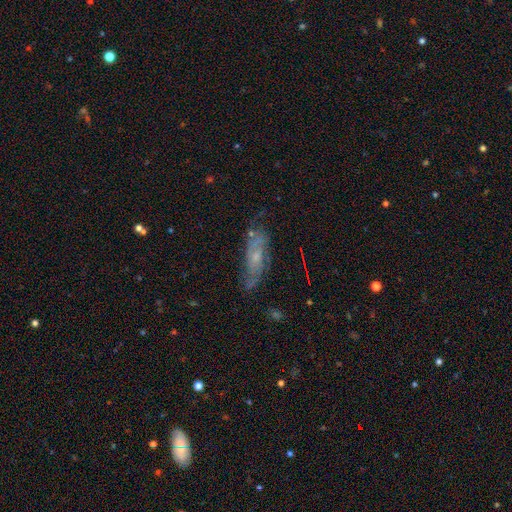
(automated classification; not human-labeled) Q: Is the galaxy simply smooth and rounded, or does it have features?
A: featured or disk — 66%.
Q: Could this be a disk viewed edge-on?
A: no — 82%.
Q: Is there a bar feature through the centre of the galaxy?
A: no — 68%.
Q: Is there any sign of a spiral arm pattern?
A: yes — 81%.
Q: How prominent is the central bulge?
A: small — 60%.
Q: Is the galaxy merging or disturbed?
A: none — 66%.